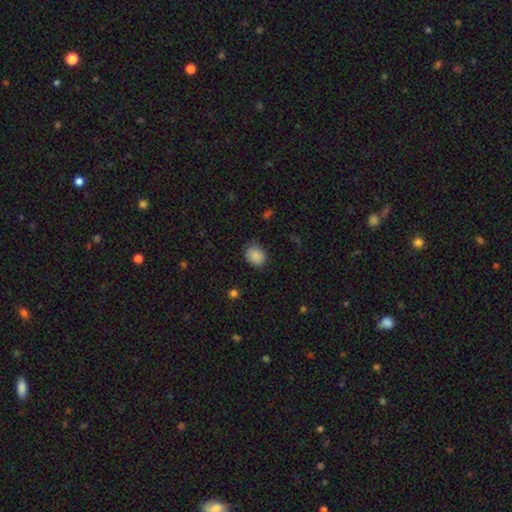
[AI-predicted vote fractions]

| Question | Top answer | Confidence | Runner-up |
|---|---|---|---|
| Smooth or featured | smooth | 88% | star or artifact (9%) |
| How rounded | round | 55% | in between (44%) |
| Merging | none | 79% | minor disturbance (16%) |